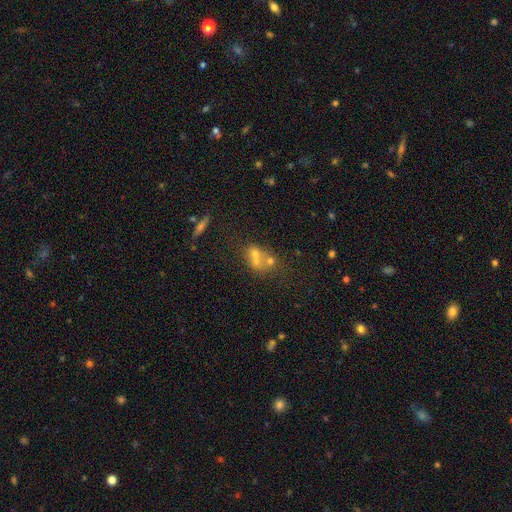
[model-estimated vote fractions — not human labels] The model was most divided on "smooth or featured": smooth: 48%, featured or disk: 27%, star or artifact: 25%. More confident: merging — merger (57%).